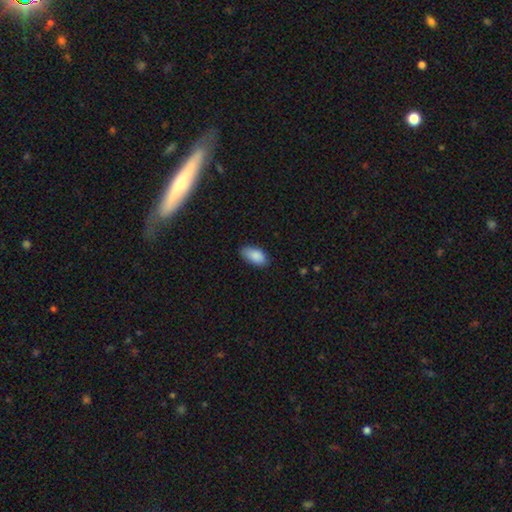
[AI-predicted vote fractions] This appears to be a smooth galaxy with no disk features (88%) that is in between round and cigar-shaped (92%). Merging: none (78%).